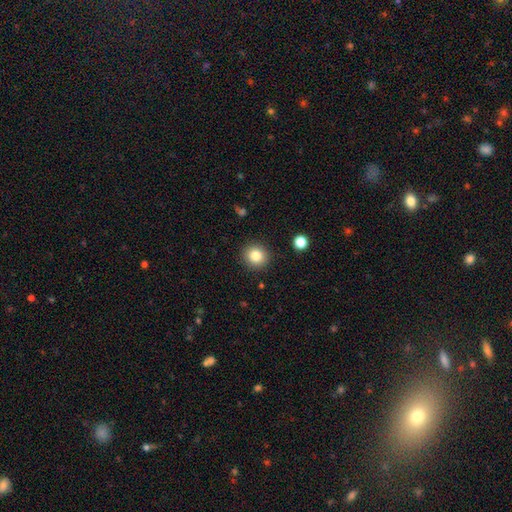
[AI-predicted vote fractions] Smooth or featured? smooth (83%)
How rounded? round (90%)
Merging? none (90%)